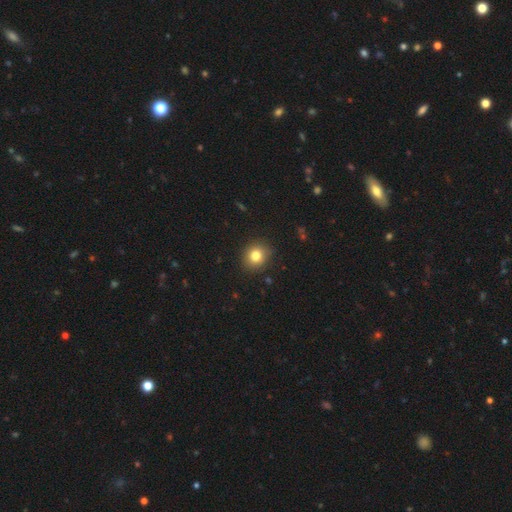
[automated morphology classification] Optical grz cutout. It shows a smooth galaxy with no disk features (81%) that is round (78%). Merging: none (88%).